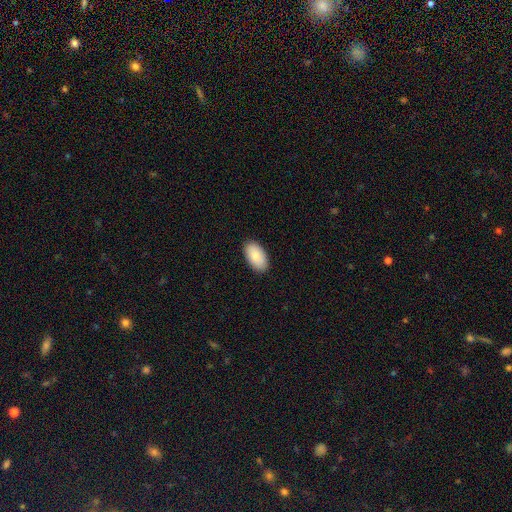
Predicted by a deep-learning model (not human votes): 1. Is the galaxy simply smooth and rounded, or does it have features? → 84% smooth, 10% featured or disk, 6% star or artifact.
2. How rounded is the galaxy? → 95% in between, 3% round, 1% cigar-shaped.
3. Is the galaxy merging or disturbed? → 89% none, 9% minor disturbance, 2% major disturbance, 1% merger.